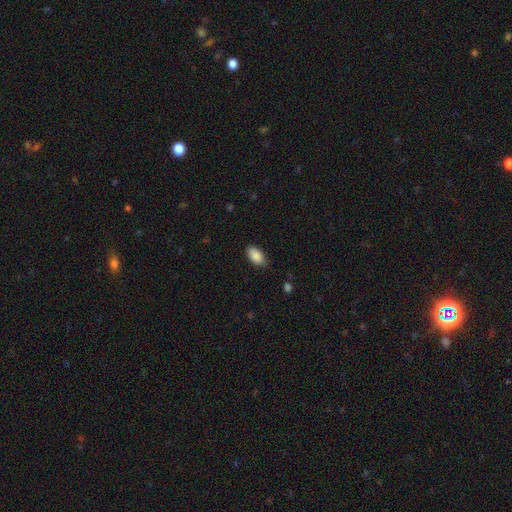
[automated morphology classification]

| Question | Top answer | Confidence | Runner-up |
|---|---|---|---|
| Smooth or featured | smooth | 88% | star or artifact (7%) |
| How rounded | in between | 93% | round (4%) |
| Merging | none | 80% | minor disturbance (16%) |